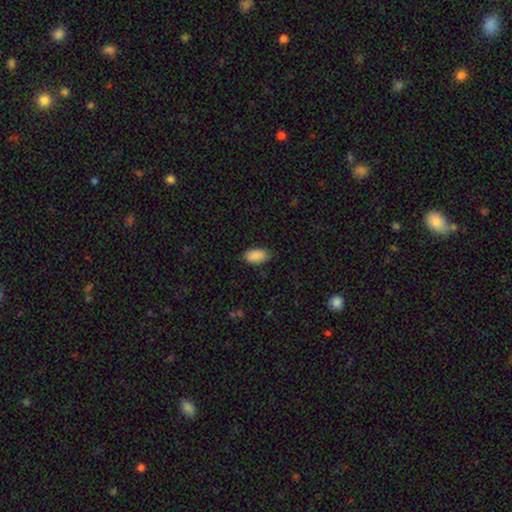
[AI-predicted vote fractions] Smooth or featured? smooth (90%)
How rounded? in between (94%)
Merging? none (84%)